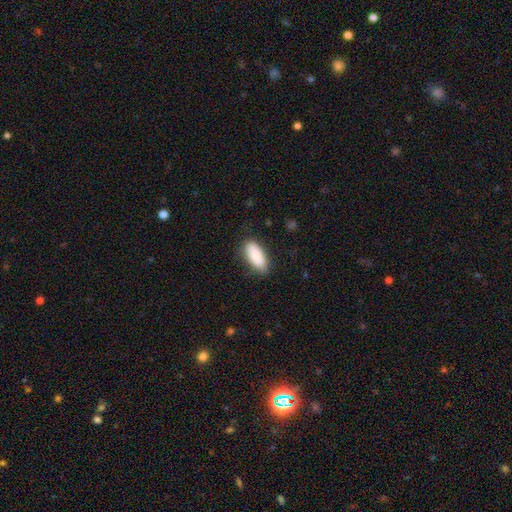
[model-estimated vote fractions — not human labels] This is clearly a smooth galaxy (84%). How rounded: clearly in between (86%). Merging: likely none (78%).